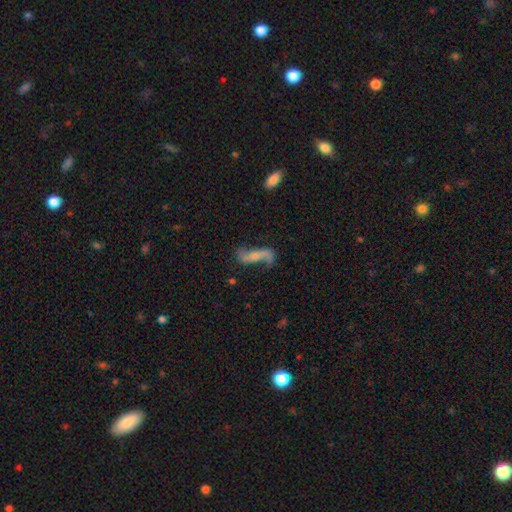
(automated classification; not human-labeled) Smooth or featured?
  - featured or disk: 77% *
  - smooth: 16%
  - star or artifact: 7%
Edge-on disk?
  - no: 88% *
  - yes: 12%
Bar?
  - no: 51% *
  - weak: 29%
  - strong: 20%
Spiral arms?
  - yes: 91% *
  - no: 9%
Spiral winding?
  - loose: 86% *
  - medium: 10%
  - tight: 4%
Spiral arm count?
  - 2: 89% *
  - 1: 5%
  - can't tell: 3%
  - 3: 1%
  - 4: 1%
  - more than 4: 1%
Bulge size?
  - small: 55% *
  - moderate: 33%
  - none: 8%
  - large: 3%
  - dominant: 1%
Merging?
  - none: 63% *
  - minor disturbance: 20%
  - major disturbance: 13%
  - merger: 4%